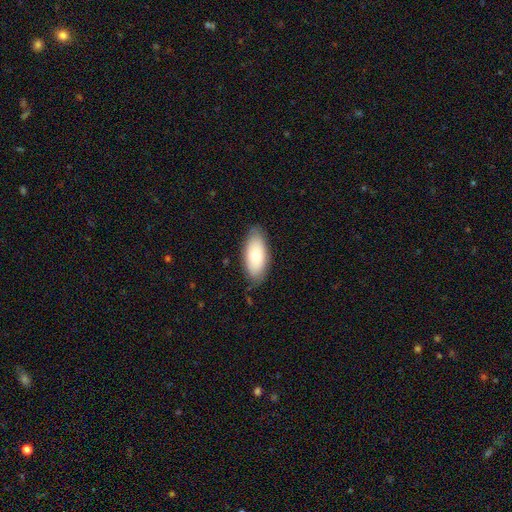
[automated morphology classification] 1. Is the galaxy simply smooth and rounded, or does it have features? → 69% smooth, 24% featured or disk, 6% star or artifact.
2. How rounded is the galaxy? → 90% in between, 7% cigar-shaped, 3% round.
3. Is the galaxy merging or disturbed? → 83% none, 13% minor disturbance, 3% major disturbance, 1% merger.